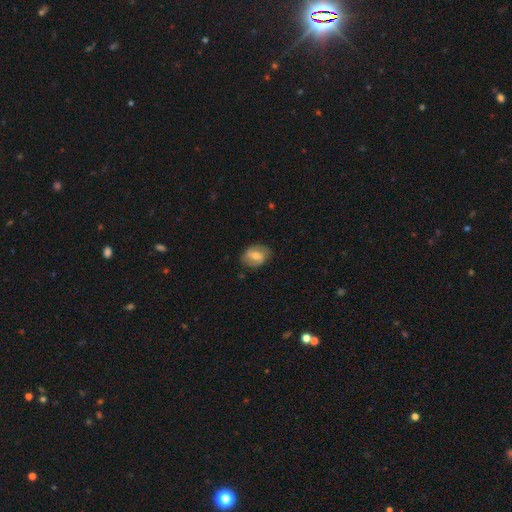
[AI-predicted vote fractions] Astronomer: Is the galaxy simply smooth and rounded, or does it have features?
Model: smooth — 46%, tied with featured or disk at 46%.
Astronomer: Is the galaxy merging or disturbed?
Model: none — 75%.